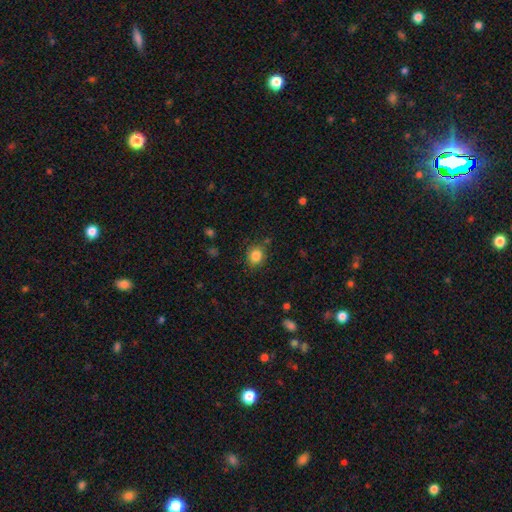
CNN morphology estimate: A smooth galaxy with no disk features (84%) that is round (69%). Merging: none (81%).